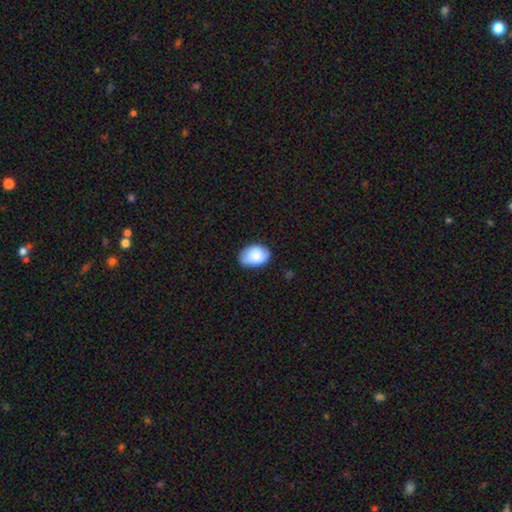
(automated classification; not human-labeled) This appears to be a smooth galaxy with no disk features (83%) that is in between round and cigar-shaped (80%). Merging: none (75%).